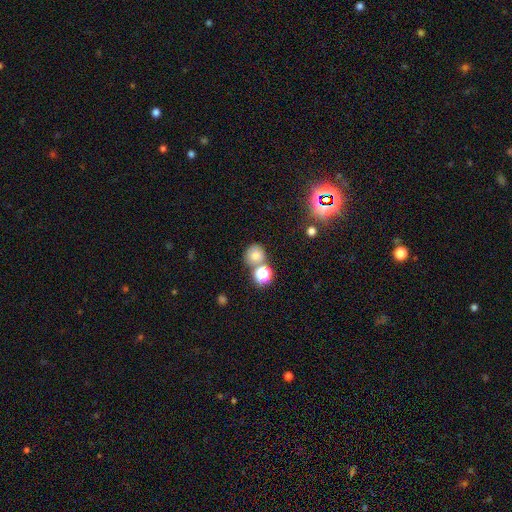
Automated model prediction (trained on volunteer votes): A smooth galaxy with no disk features (70%) that is round (84%). Merging: none (59%).